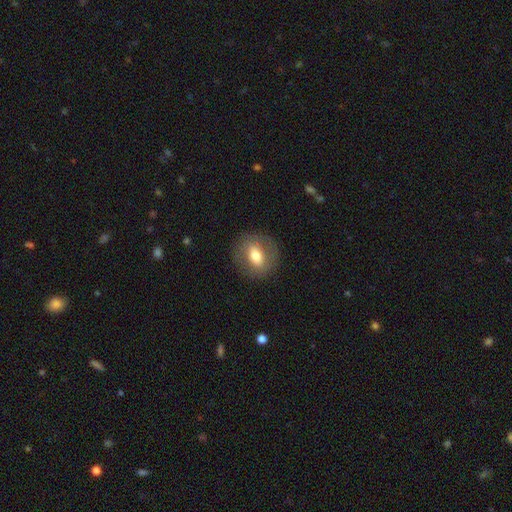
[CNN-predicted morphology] Smooth or featured? smooth (60%)
How rounded? in between (51%)
Merging? none (83%)